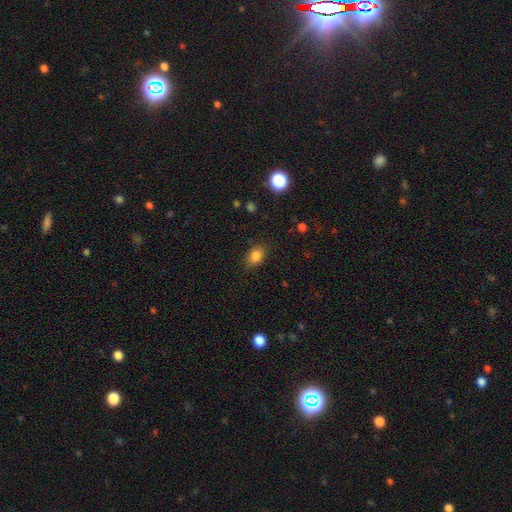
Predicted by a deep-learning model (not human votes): A smooth galaxy with no disk features (83%) that is in between round and cigar-shaped (71%). Merging: none (83%).